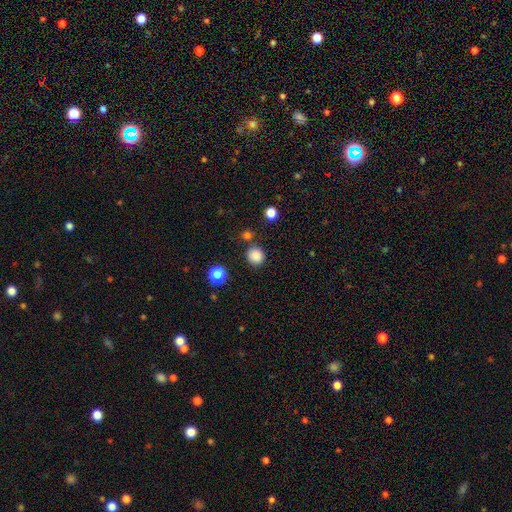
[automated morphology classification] The model was most divided on "merging": none: 81%, minor disturbance: 9%, merger: 6%, major disturbance: 3%. More confident: how rounded — round (88%); smooth or featured — smooth (85%).